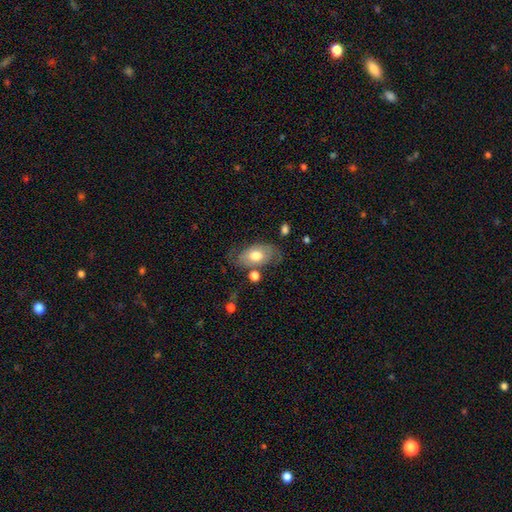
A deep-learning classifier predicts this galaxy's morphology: This is possibly a smooth galaxy (52%). How rounded: clearly in between (89%). Merging: likely none (60%).